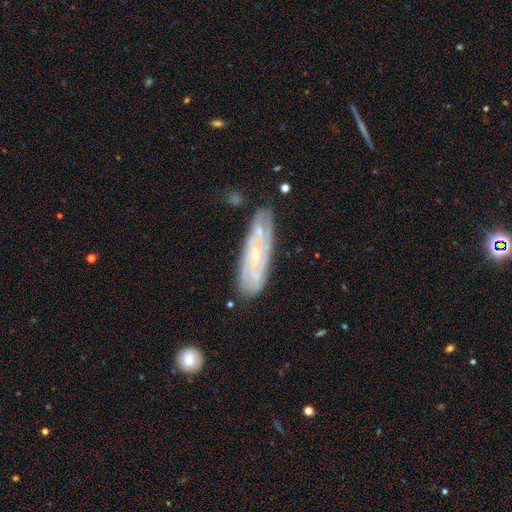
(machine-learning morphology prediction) Overall: featured or disk (72%). Edge-on disk: no (79%). Bar: no (72%). Spiral arms: yes (74%). Bulge size: small (70%). Merging: none (72%).